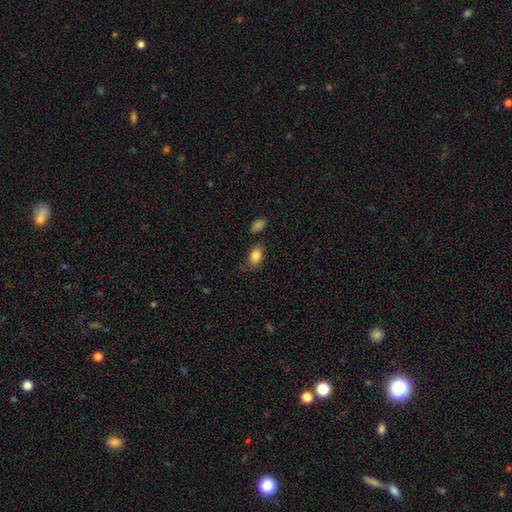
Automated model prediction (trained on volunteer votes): Smooth or featured? smooth (84%)
How rounded? in between (83%)
Merging? none (66%)